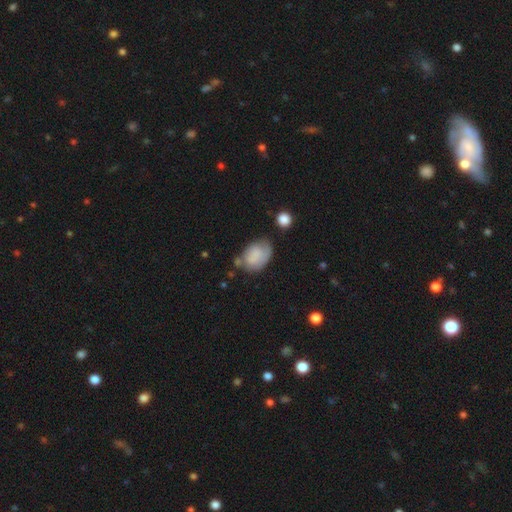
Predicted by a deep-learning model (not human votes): smooth_or_featured: smooth (p=0.71) [alt: featured or disk p=0.21]
how_rounded: in between (p=0.79) [alt: round p=0.19]
merging: none (p=0.46) [alt: minor disturbance p=0.32]